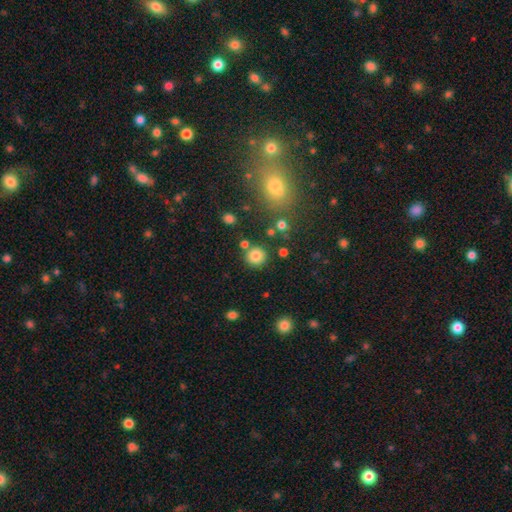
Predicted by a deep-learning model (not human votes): Smooth or featured?
  - smooth: 82% *
  - star or artifact: 12%
  - featured or disk: 6%
How rounded?
  - round: 92% *
  - in between: 7%
  - cigar-shaped: 1%
Merging?
  - none: 83% *
  - minor disturbance: 8%
  - merger: 6%
  - major disturbance: 3%